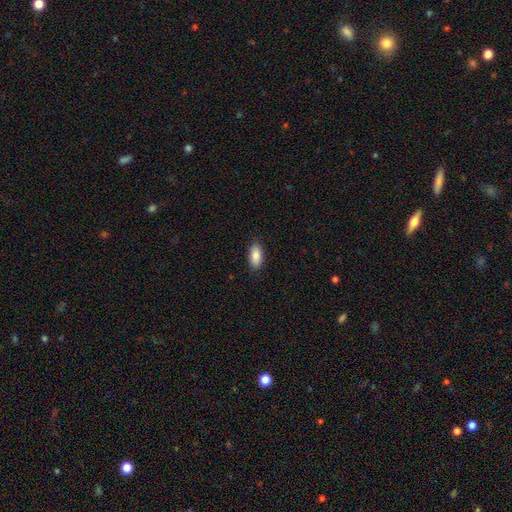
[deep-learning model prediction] Morphology: type=smooth (89%); roundness=in between (91%); merging=none (88%).